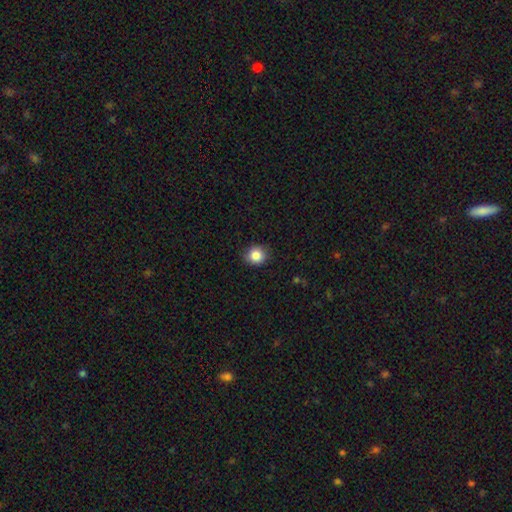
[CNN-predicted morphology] Overall: smooth (85%). How rounded: round (84%). Merging: none (86%).